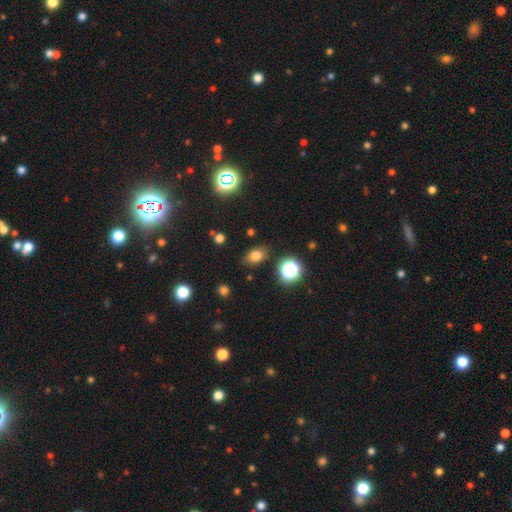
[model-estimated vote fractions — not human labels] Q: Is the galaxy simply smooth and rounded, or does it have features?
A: smooth — 75%.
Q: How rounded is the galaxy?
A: in between — 78%.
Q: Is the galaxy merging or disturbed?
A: none — 81%.